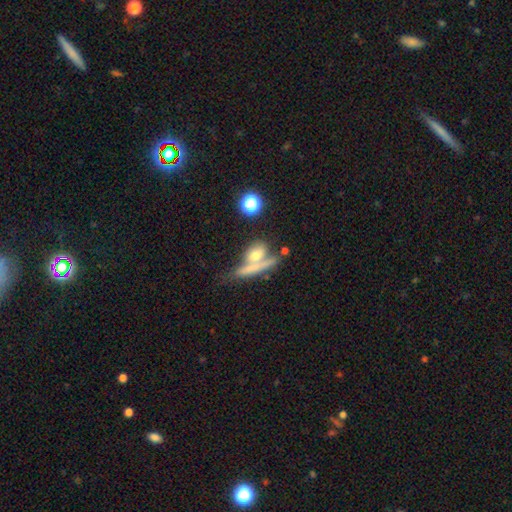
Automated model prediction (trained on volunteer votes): This is likely a smooth galaxy (60%). How rounded: marginally cigar-shaped (38%). Merging: marginally none (45%).